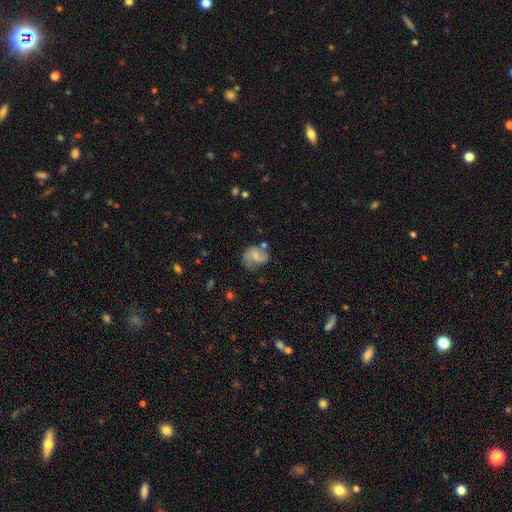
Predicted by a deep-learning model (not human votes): This appears to be a featured or disk galaxy (57%) with no bar (51%), spiral arms (86%) and a small central bulge (52%). Merging: none (52%).